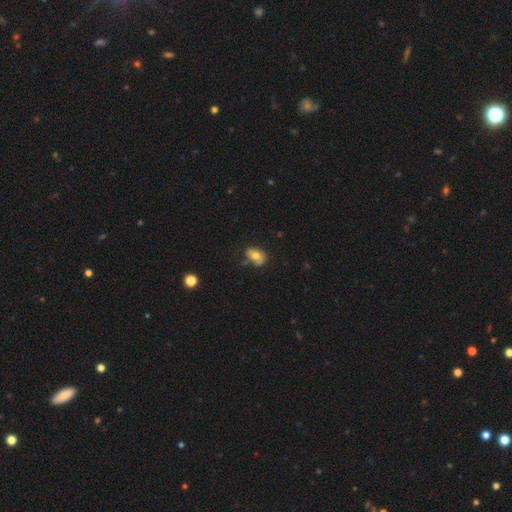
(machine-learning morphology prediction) smooth 68%, featured or disk 23%, star or artifact 9%. Down the decision tree: how rounded — in between (77%); merging — none (53%).